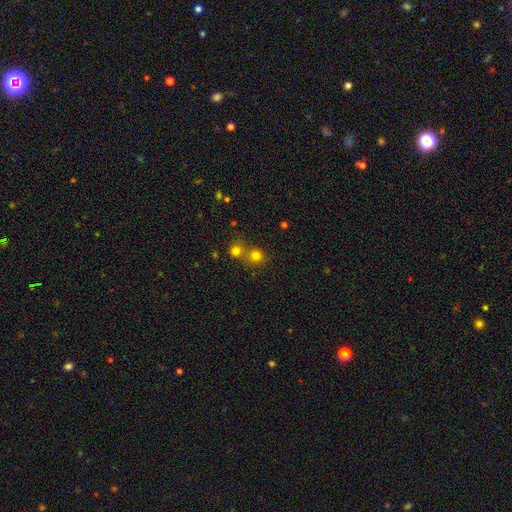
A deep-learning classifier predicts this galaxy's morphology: smooth_or_featured: smooth (p=0.75) [alt: star or artifact p=0.18]
how_rounded: round (p=0.90) [alt: in between p=0.09]
merging: none (p=0.57) [alt: merger p=0.35]